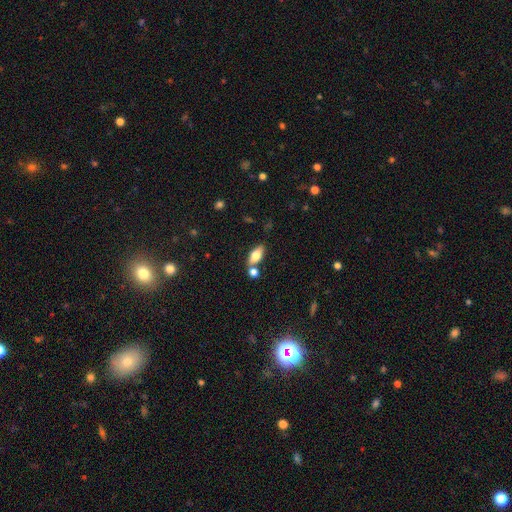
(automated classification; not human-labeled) smooth_or_featured: smooth (p=0.71) [alt: featured or disk p=0.22]
how_rounded: in between (p=0.82) [alt: cigar-shaped p=0.14]
merging: none (p=0.65) [alt: merger p=0.20]